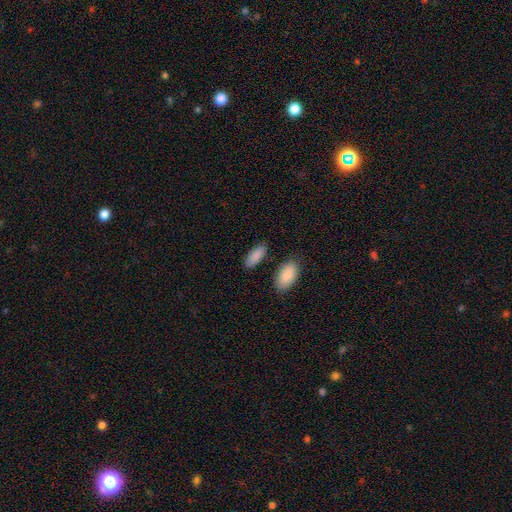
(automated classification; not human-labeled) smooth 88%, star or artifact 6%, featured or disk 5%. Down the decision tree: how rounded — in between (87%); merging — none (80%).